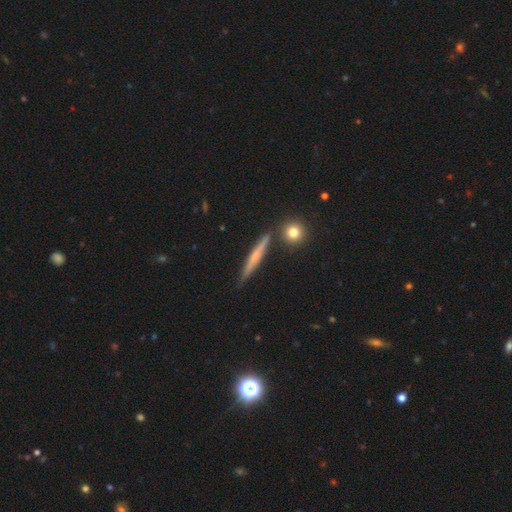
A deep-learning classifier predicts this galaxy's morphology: The model was most divided on "smooth or featured": featured or disk: 48%, smooth: 45%, star or artifact: 7%. More confident: merging — none (85%).